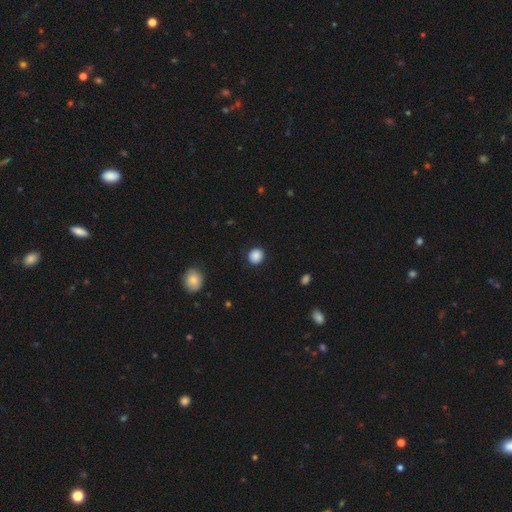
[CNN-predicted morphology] This is clearly a smooth galaxy (88%). How rounded: clearly round (83%). Merging: clearly none (89%).